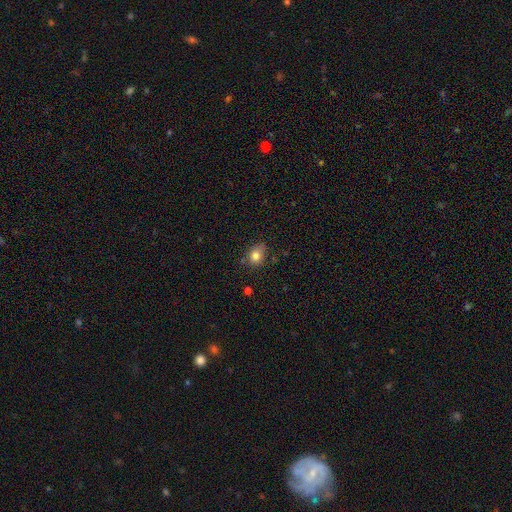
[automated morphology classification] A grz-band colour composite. It shows a smooth galaxy with no disk features (81%) that is round (50%). Merging: none (68%).